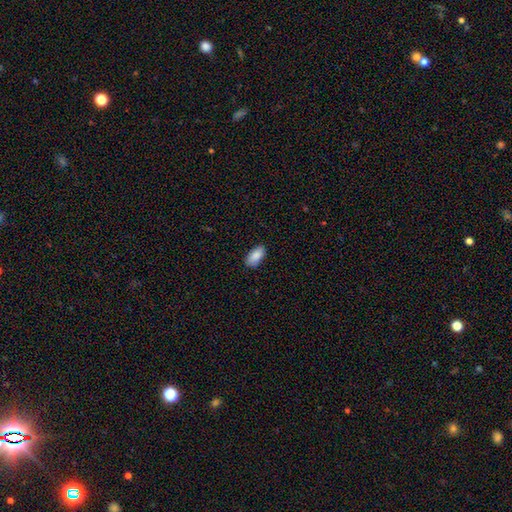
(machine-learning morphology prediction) Smooth or featured? Predicted: smooth (p=0.88). How rounded? Predicted: in between (p=0.93). Merging? Predicted: none (p=0.84).